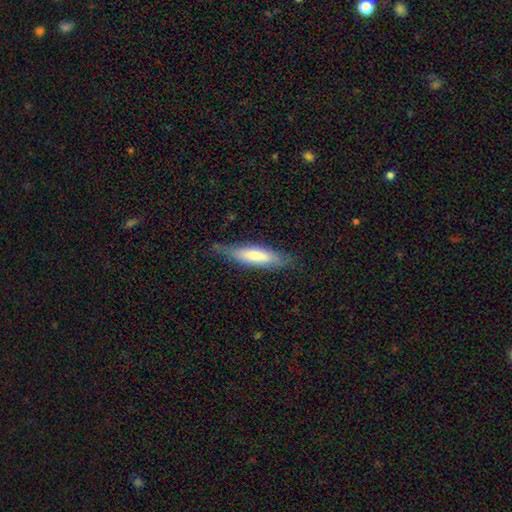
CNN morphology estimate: smooth_or_featured: smooth (p=0.72) [alt: featured or disk p=0.22]
how_rounded: cigar-shaped (p=0.68) [alt: in between p=0.31]
merging: none (p=0.73) [alt: minor disturbance p=0.20]